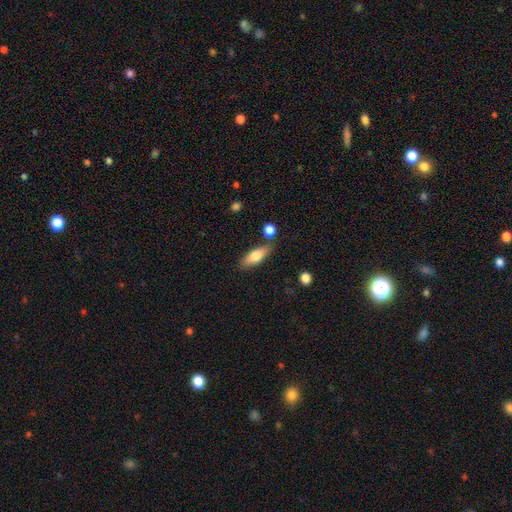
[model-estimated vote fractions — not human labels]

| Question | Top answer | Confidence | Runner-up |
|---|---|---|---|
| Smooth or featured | smooth | 72% | featured or disk (22%) |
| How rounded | in between | 63% | cigar-shaped (34%) |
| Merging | none | 76% | minor disturbance (14%) |